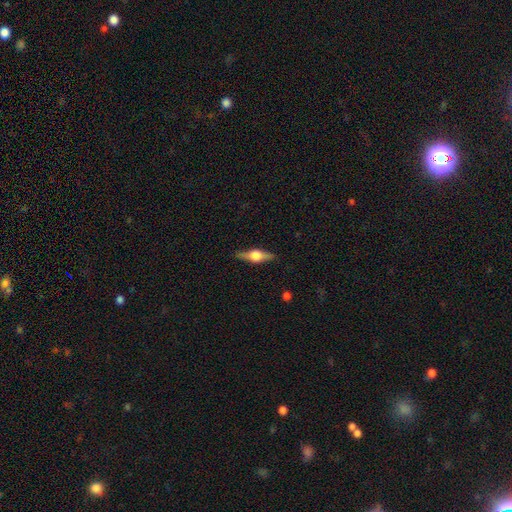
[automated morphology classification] Smooth or featured? Predicted: featured or disk (p=0.71). Edge-on disk? Predicted: yes (p=0.97). Edge-on bulge? Predicted: rounded (p=0.93). Merging? Predicted: none (p=0.88).